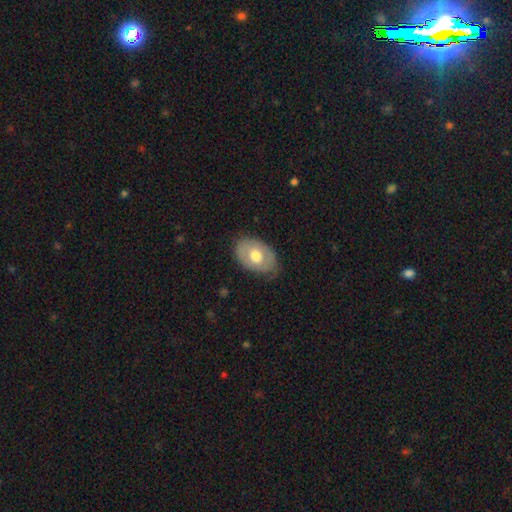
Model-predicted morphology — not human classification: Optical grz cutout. It shows a smooth galaxy with no disk features (55%) that is in between round and cigar-shaped (83%). Merging: none (72%).